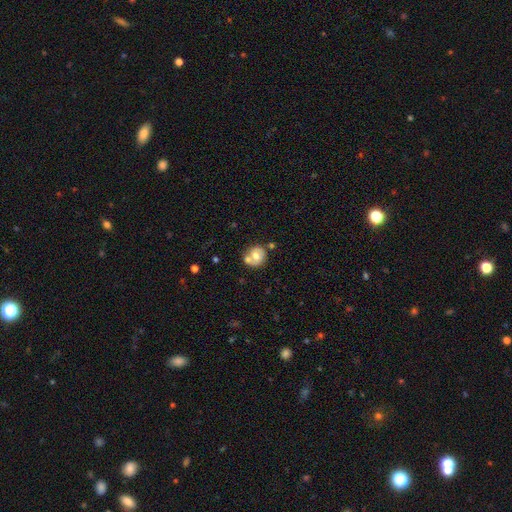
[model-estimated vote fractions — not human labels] A smooth galaxy with no disk features (53%) that is round (80%).

Vote fractions:
- Smooth or featured? smooth: 53% / featured or disk: 40% / star or artifact: 8%
- How rounded? round: 80% / in between: 19% / cigar-shaped: 1%
- Merging? none: 51% / merger: 28% / minor disturbance: 15% / major disturbance: 5%